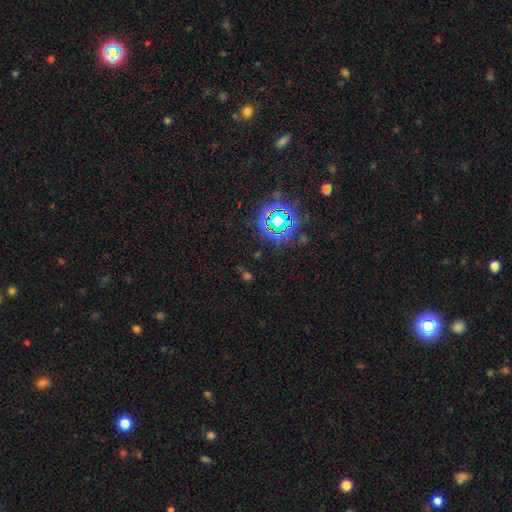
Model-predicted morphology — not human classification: The model was most divided on "smooth or featured": star or artifact: 74%, smooth: 16%, featured or disk: 9%.